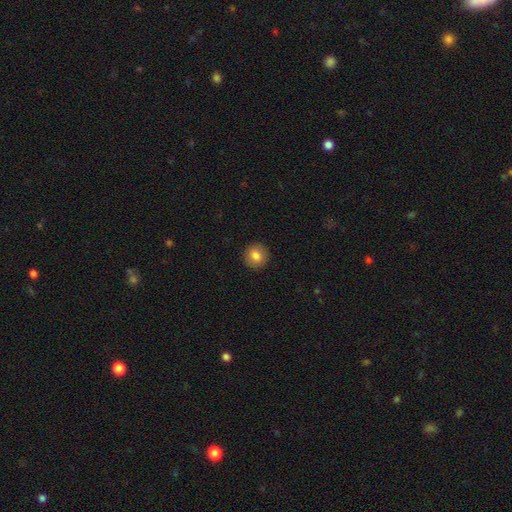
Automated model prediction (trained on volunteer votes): Morphology: type=smooth (82%); roundness=round (92%); merging=none (92%).